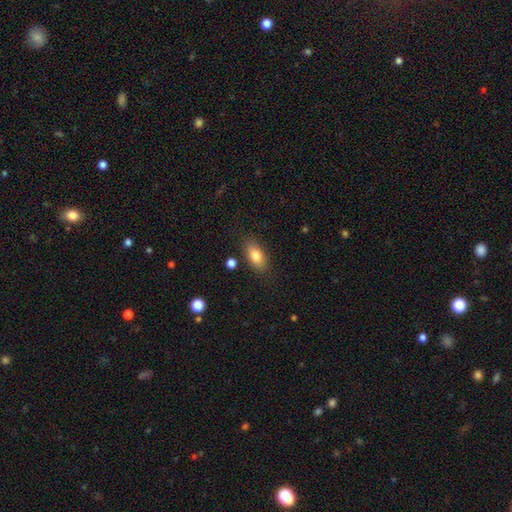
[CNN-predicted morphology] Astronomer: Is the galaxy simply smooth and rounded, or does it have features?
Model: smooth — 80%.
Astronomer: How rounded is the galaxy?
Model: in between — 87%.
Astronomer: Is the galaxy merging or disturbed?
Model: none — 82%.